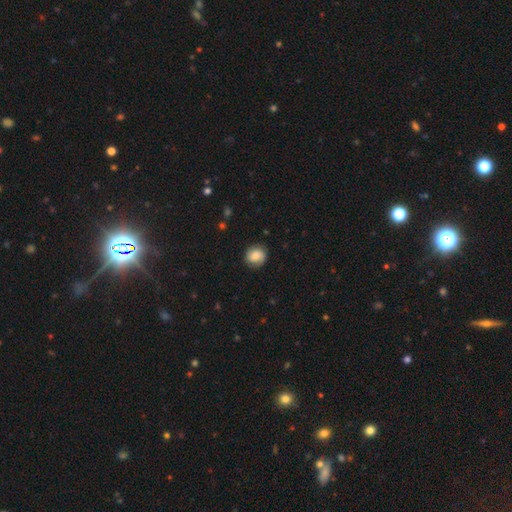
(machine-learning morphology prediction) Overall: smooth (72%). How rounded: round (83%). Merging: none (81%).